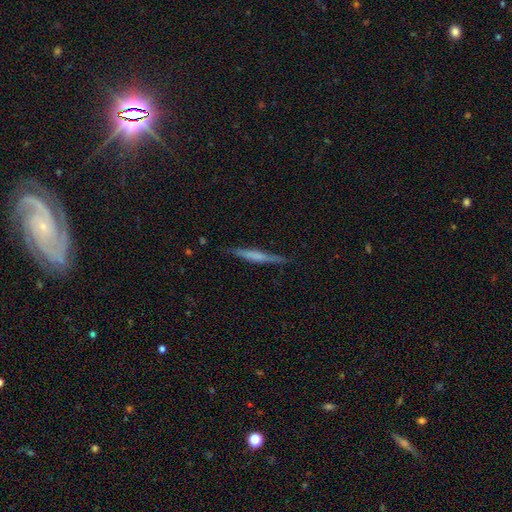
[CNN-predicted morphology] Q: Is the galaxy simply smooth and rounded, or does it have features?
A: featured or disk — 51%.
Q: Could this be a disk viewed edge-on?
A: yes — 96%.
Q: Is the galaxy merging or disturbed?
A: none — 86%.